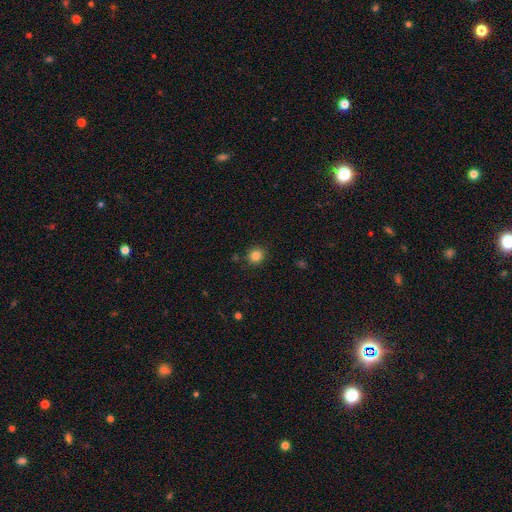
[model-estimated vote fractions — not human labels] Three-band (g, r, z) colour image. It shows a smooth galaxy with no disk features (83%) that is round (87%). Merging: none (87%).